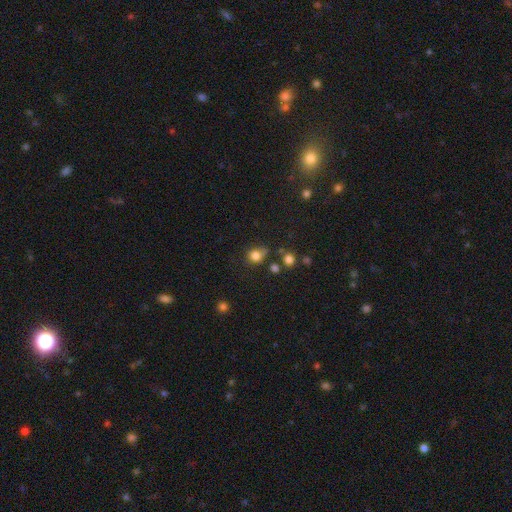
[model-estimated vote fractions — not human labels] A smooth galaxy with no disk features (80%) that is round (77%). Merging: none (56%).